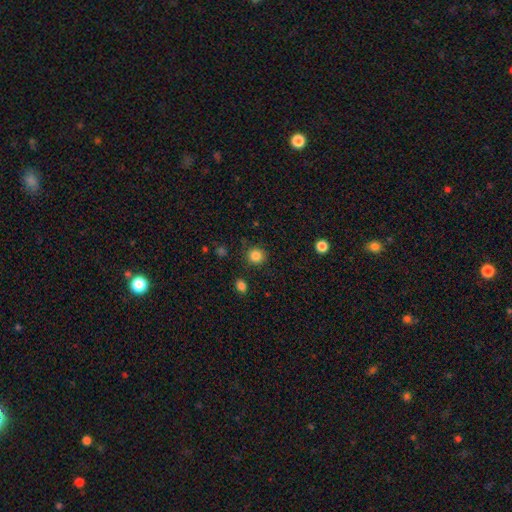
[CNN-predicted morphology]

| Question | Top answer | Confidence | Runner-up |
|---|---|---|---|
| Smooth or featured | smooth | 85% | star or artifact (11%) |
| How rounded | round | 89% | in between (10%) |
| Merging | none | 88% | minor disturbance (7%) |